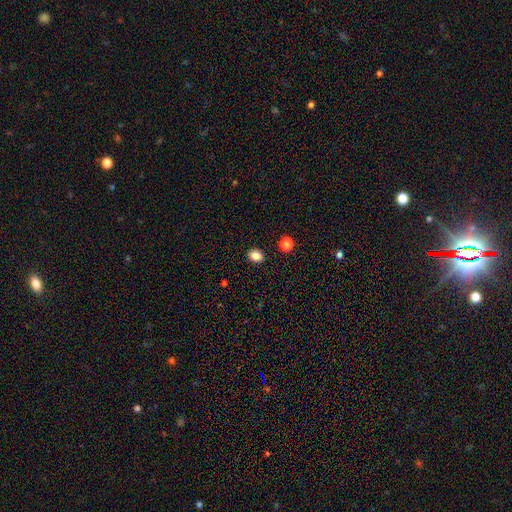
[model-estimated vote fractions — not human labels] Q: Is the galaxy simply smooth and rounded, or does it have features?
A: smooth — 85%.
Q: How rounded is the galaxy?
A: in between — 60%.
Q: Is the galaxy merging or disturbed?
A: none — 90%.